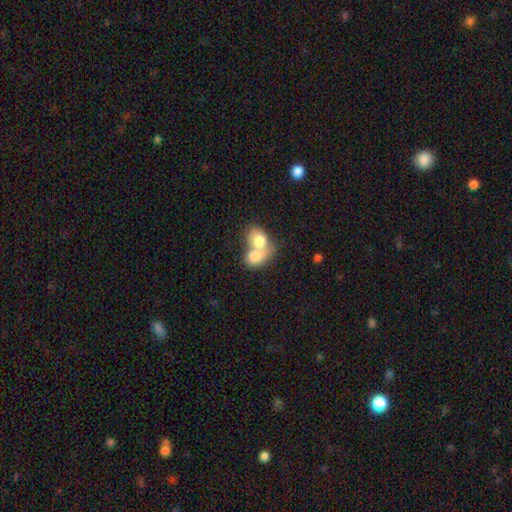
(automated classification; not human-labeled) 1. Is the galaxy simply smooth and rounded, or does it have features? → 75% smooth, 18% featured or disk, 7% star or artifact.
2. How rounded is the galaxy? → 62% in between, 36% round, 1% cigar-shaped.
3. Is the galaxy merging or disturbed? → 79% merger, 12% none, 5% minor disturbance, 4% major disturbance.